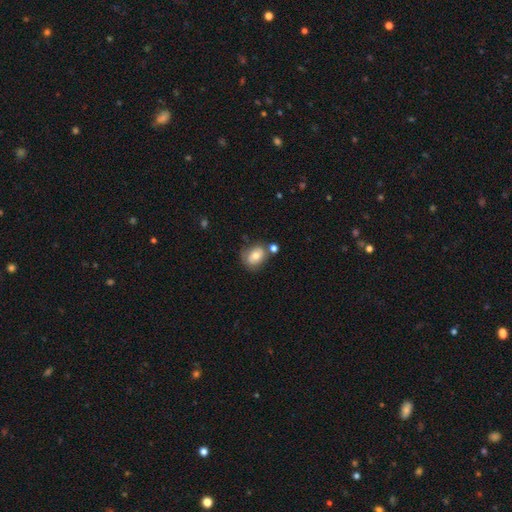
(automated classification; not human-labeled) Smooth or featured? smooth (70%)
How rounded? in between (60%)
Merging? none (59%)